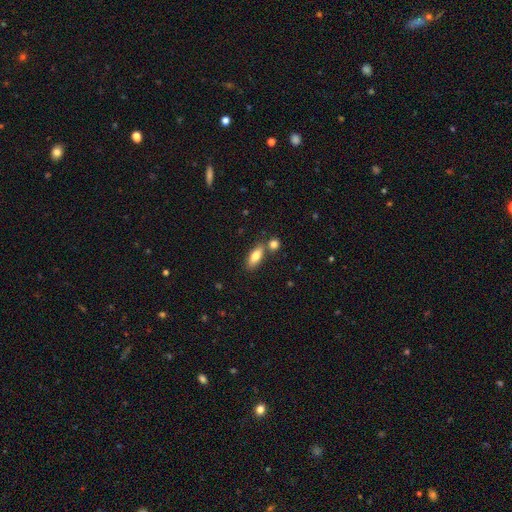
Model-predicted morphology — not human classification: Smooth or featured? smooth (80%)
How rounded? in between (74%)
Merging? none (68%)